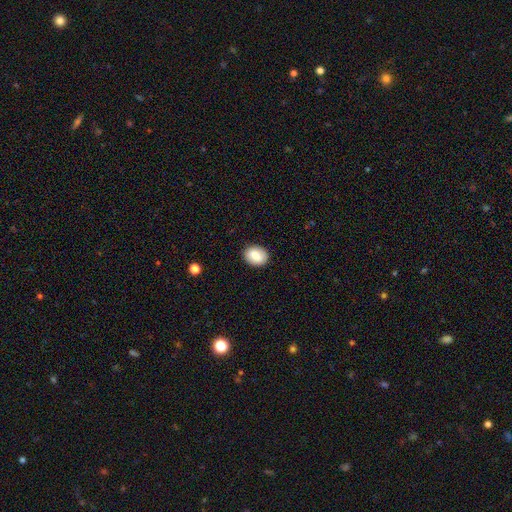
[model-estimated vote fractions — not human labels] Q: Smooth or featured?
A: smooth (82%); runner-up: featured or disk (11%)
Q: How rounded?
A: in between (55%); runner-up: round (44%)
Q: Merging?
A: none (89%); runner-up: minor disturbance (8%)